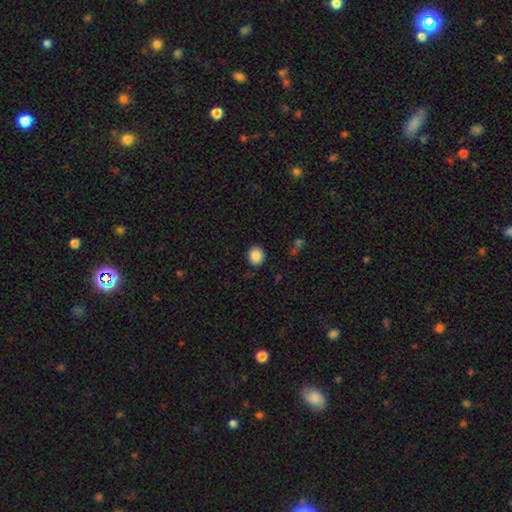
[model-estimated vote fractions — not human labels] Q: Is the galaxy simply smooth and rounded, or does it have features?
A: smooth — 88%.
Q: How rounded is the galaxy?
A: round — 81%.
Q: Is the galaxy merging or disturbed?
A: none — 87%.